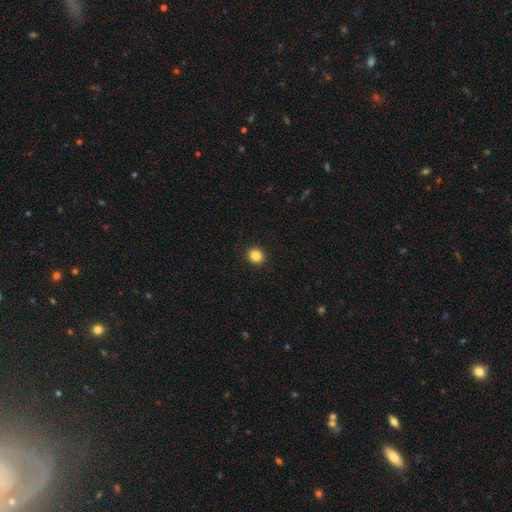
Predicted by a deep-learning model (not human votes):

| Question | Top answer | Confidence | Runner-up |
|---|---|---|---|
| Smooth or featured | smooth | 85% | star or artifact (11%) |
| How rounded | round | 86% | in between (14%) |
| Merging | none | 93% | minor disturbance (4%) |